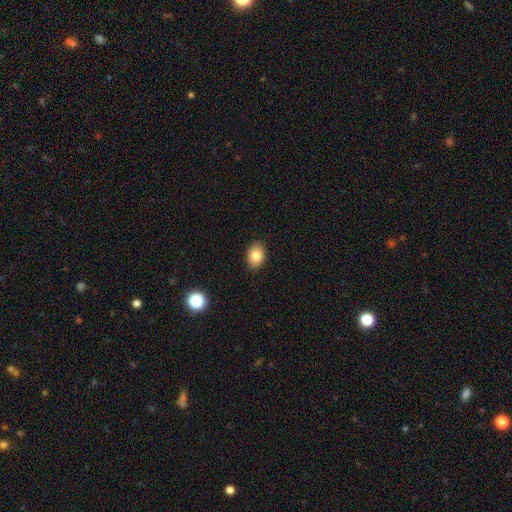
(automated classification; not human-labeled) This is clearly a smooth galaxy (83%). How rounded: likely in between (73%). Merging: clearly none (89%).